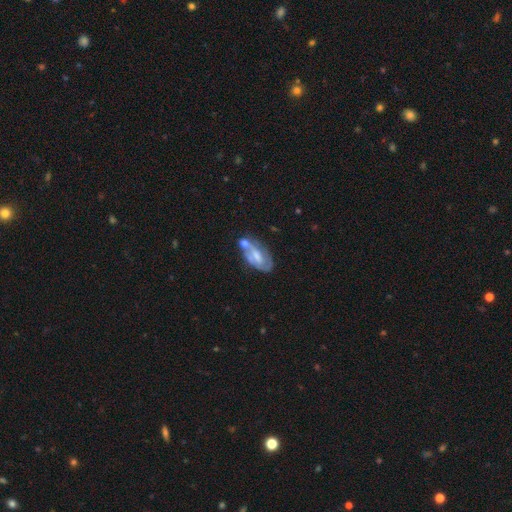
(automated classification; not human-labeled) Q: Smooth or featured?
A: featured or disk (67%); runner-up: smooth (27%)
Q: Edge-on disk?
A: no (94%); runner-up: yes (6%)
Q: Bar?
A: weak (44%); runner-up: no (37%)
Q: Spiral arms?
A: yes (72%); runner-up: no (28%)
Q: Bulge size?
A: moderate (40%); runner-up: small (33%)
Q: Merging?
A: none (37%); runner-up: merger (26%)